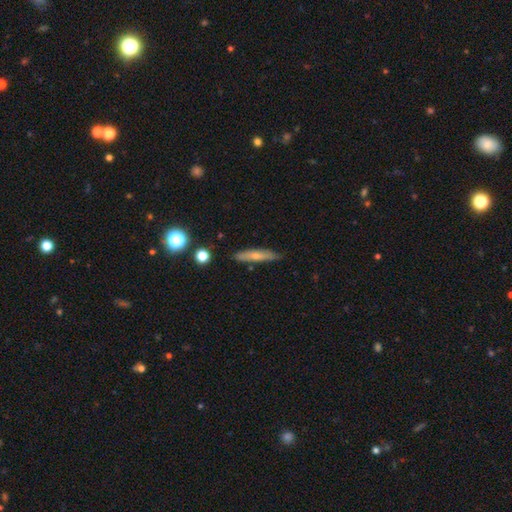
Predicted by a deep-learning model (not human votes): A smooth galaxy with no disk features (58%) that is cigar-shaped (84%).

Vote fractions:
- Smooth or featured? smooth: 58% / featured or disk: 35% / star or artifact: 7%
- How rounded? cigar-shaped: 84% / in between: 13% / round: 2%
- Merging? none: 82% / minor disturbance: 13% / merger: 2% / major disturbance: 2%